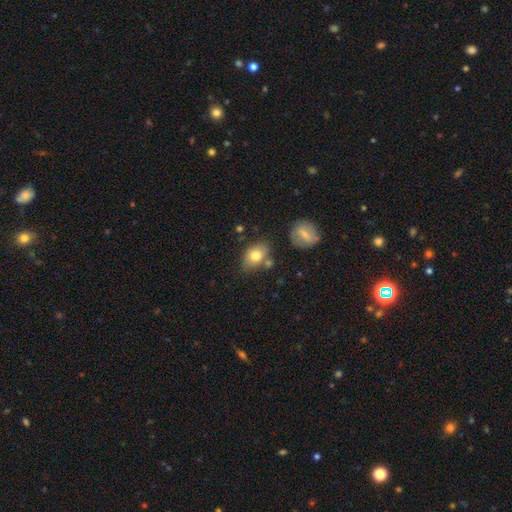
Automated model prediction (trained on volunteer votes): A smooth galaxy with no disk features (76%) that is in between round and cigar-shaped (74%).

Vote fractions:
- Smooth or featured? smooth: 76% / featured or disk: 16% / star or artifact: 9%
- How rounded? in between: 74% / round: 24% / cigar-shaped: 2%
- Merging? none: 69% / minor disturbance: 17% / merger: 10% / major disturbance: 4%